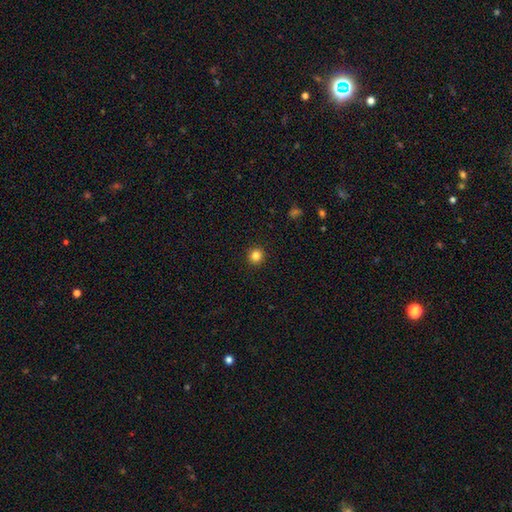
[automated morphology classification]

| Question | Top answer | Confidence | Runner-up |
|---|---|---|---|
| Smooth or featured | smooth | 83% | star or artifact (13%) |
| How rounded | round | 94% | in between (5%) |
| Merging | none | 93% | minor disturbance (4%) |